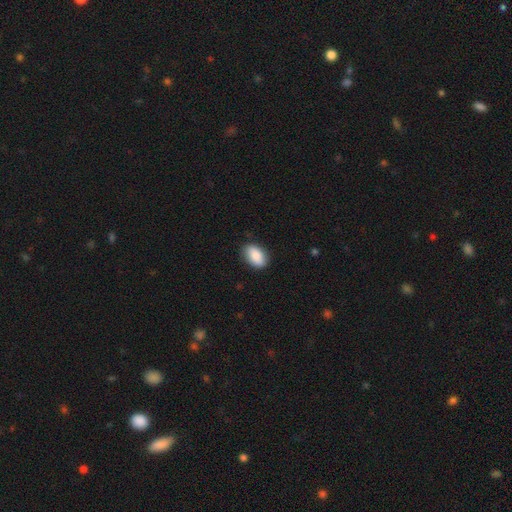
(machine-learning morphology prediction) Smooth or featured: smooth — 87% (featured or disk — 7%)
How rounded: in between — 90% (round — 8%)
Merging: none — 85% (minor disturbance — 11%)